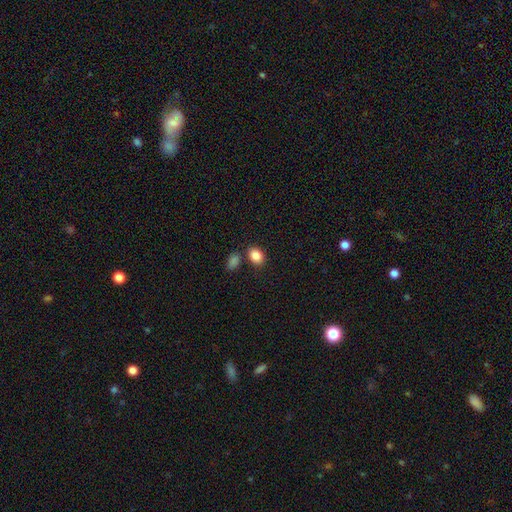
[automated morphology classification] type=smooth (86%); roundness=in between (67%); merging=none (74%).